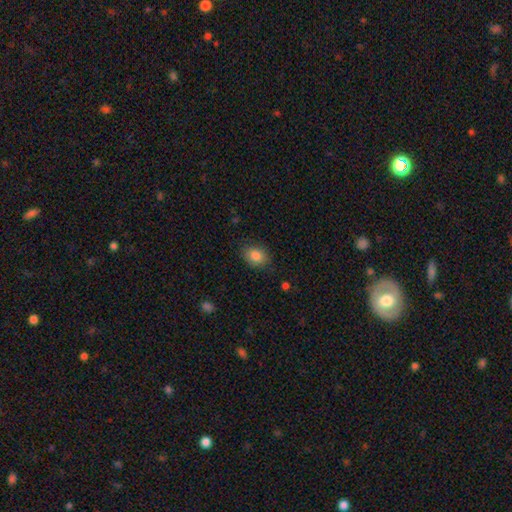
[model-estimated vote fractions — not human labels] A smooth galaxy with no disk features (85%) that is in between round and cigar-shaped (57%).

Vote fractions:
- Smooth or featured? smooth: 85% / star or artifact: 8% / featured or disk: 6%
- How rounded? in between: 57% / round: 42% / cigar-shaped: 1%
- Merging? none: 81% / minor disturbance: 14% / major disturbance: 4% / merger: 1%